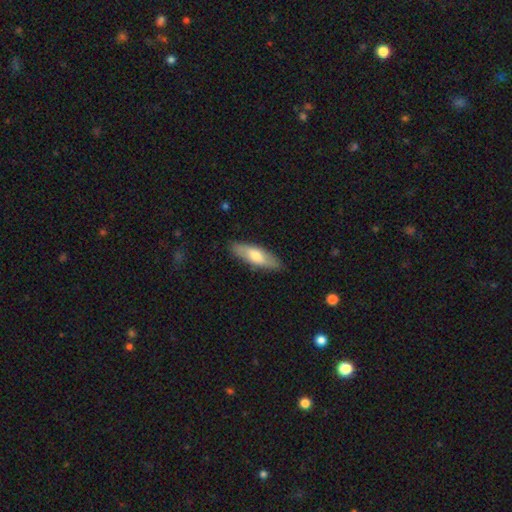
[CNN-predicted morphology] Smooth or featured: smooth — 65% (featured or disk — 30%)
How rounded: in between — 50% (cigar-shaped — 48%)
Merging: none — 85% (minor disturbance — 12%)